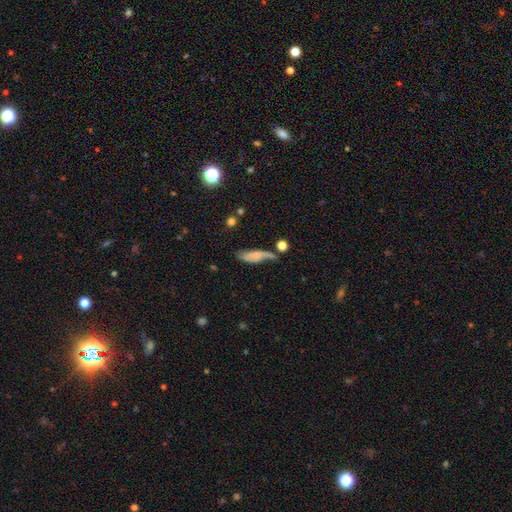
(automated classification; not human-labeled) A smooth galaxy with no disk features (56%) that is in between round and cigar-shaped (51%).

Vote fractions:
- Smooth or featured? smooth: 56% / featured or disk: 35% / star or artifact: 9%
- How rounded? in between: 51% / cigar-shaped: 45% / round: 4%
- Merging? none: 39% / minor disturbance: 32% / major disturbance: 19% / merger: 10%